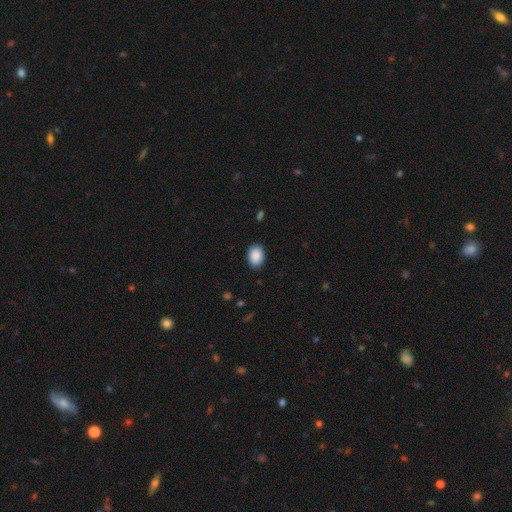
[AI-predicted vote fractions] smooth-or-featured: smooth: 90% | star or artifact: 7% | featured or disk: 3%
  how-rounded: in between: 79% | round: 20% | cigar-shaped: 1%
  merging: none: 87% | minor disturbance: 9% | major disturbance: 2% | merger: 1%